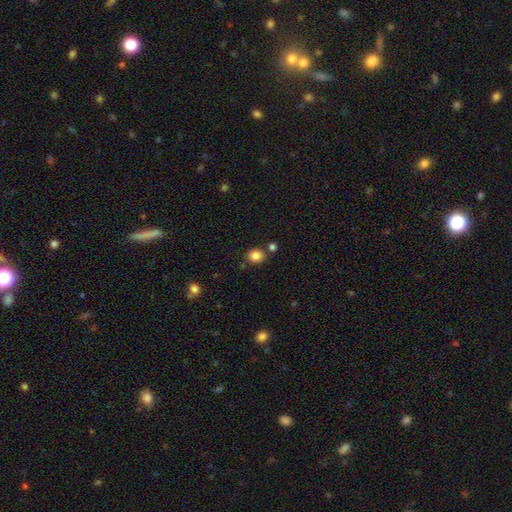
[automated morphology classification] Smooth or featured: smooth — 85% (star or artifact — 10%)
How rounded: round — 62% (in between — 37%)
Merging: none — 75% (minor disturbance — 11%)